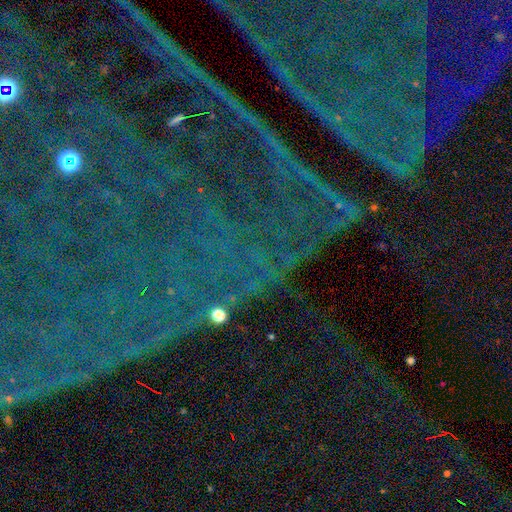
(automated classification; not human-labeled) The model was most divided on "smooth or featured": star or artifact: 88%, featured or disk: 7%, smooth: 6%.